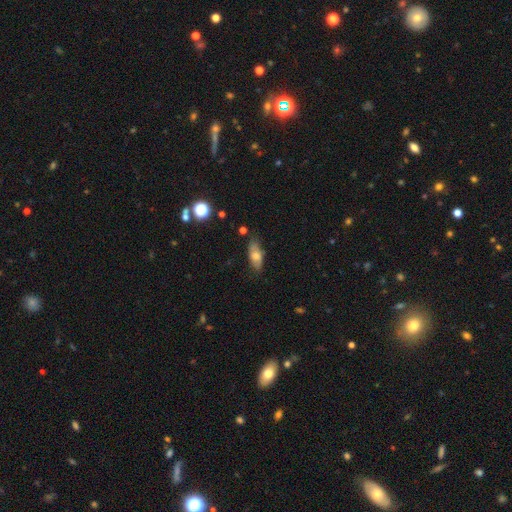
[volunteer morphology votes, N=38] This is likely a smooth galaxy (71%). How rounded: likely in between (78%). Merging: likely none (60%).